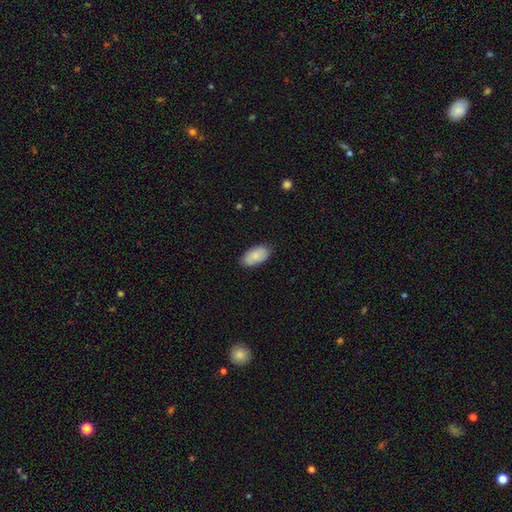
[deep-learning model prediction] smooth 84%, featured or disk 10%, star or artifact 6%. Down the decision tree: how rounded — in between (95%); merging — none (86%).